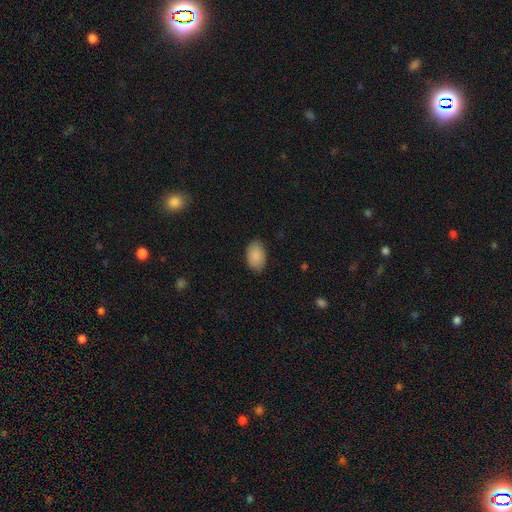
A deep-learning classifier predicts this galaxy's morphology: smooth-or-featured: smooth: 89% | star or artifact: 6% | featured or disk: 4%
  how-rounded: in between: 92% | round: 7% | cigar-shaped: 1%
  merging: none: 85% | minor disturbance: 11% | major disturbance: 2% | merger: 1%